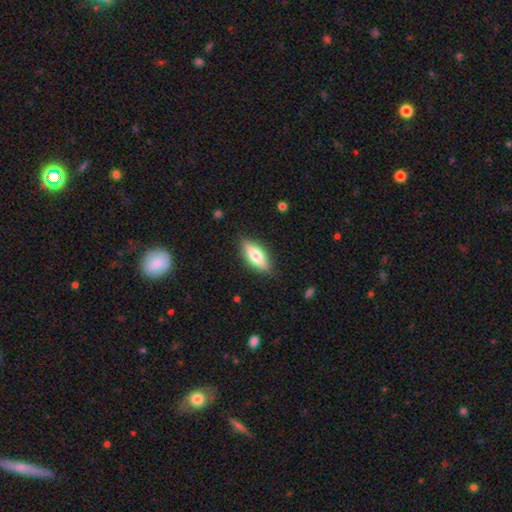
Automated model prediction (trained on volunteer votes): This is possibly a smooth galaxy (53%). How rounded: possibly in between (60%). Merging: clearly none (86%).